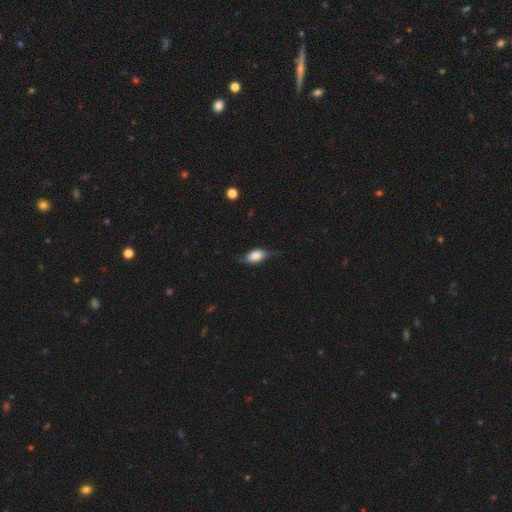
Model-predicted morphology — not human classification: The model was most divided on "merging": none: 58%, minor disturbance: 30%, major disturbance: 10%, merger: 2%. More confident: how rounded — in between (84%); smooth or featured — smooth (64%).